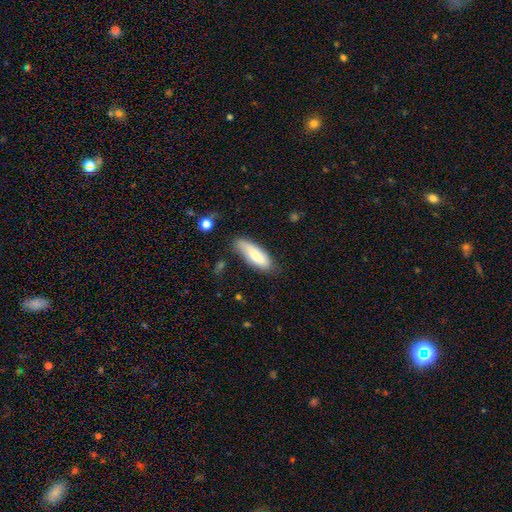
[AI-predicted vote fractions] This is likely a smooth galaxy (72%). How rounded: likely in between (66%). Merging: likely none (71%).